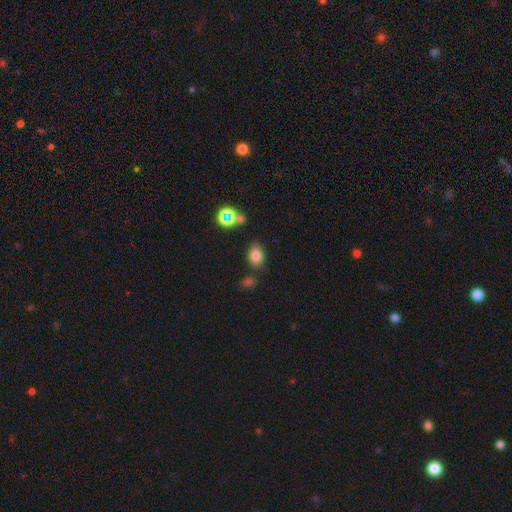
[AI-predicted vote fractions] Morphology: type=smooth (76%); roundness=in between (75%); merging=none (75%).